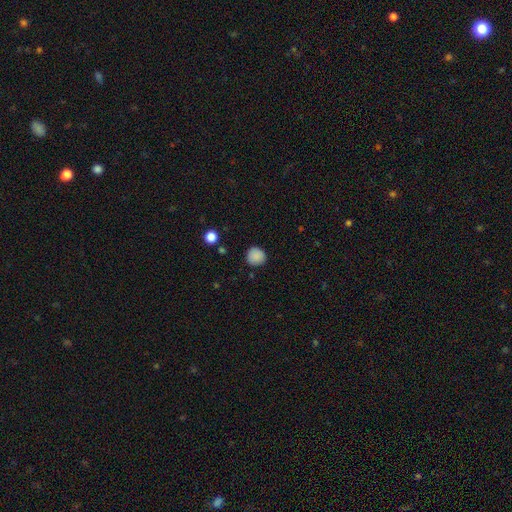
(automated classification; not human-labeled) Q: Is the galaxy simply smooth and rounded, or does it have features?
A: smooth — 87%.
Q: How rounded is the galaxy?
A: round — 93%.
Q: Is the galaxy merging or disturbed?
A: none — 87%.